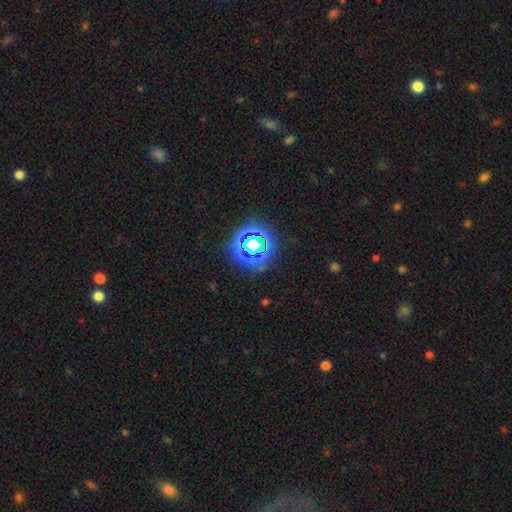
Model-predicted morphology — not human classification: Smooth or featured: star or artifact — 70% (smooth — 24%)